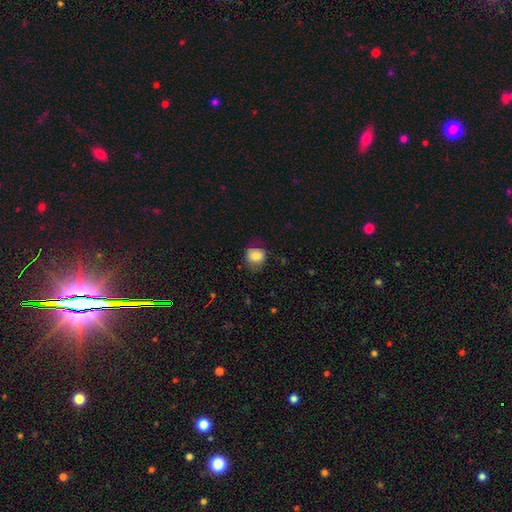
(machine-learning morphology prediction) smooth_or_featured: smooth (p=0.82) [alt: featured or disk p=0.09]
how_rounded: round (p=0.75) [alt: in between p=0.24]
merging: none (p=0.67) [alt: minor disturbance p=0.23]